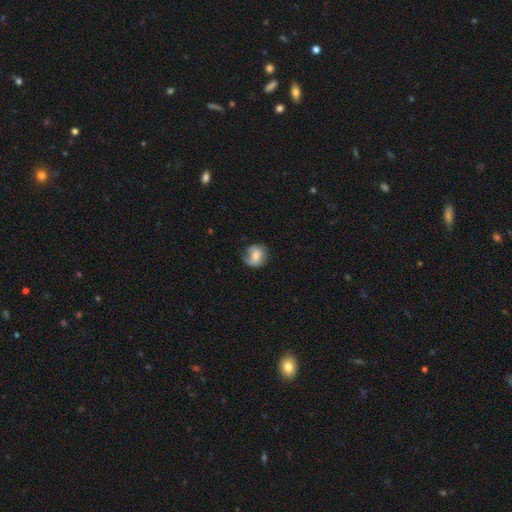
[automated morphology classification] The model was most divided on "smooth or featured": smooth: 56%, featured or disk: 36%, star or artifact: 8%. More confident: how rounded — round (68%); merging — none (56%).